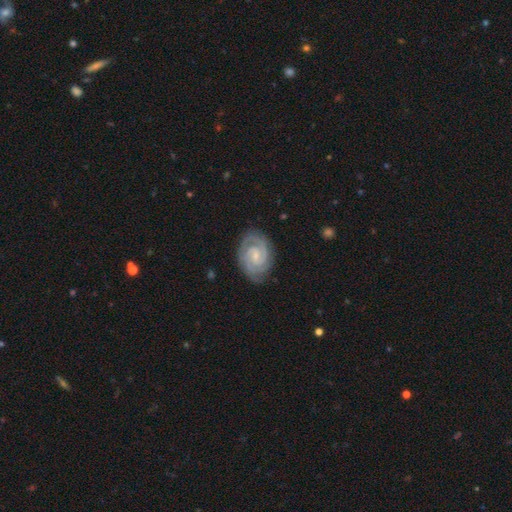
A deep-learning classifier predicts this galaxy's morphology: smooth_or_featured: featured or disk (p=0.90) [alt: smooth p=0.05]
disk_edge_on: no (p=0.98) [alt: yes p=0.02]
bar: weak (p=0.48) [alt: no p=0.39]
has_spiral_arms: yes (p=0.98) [alt: no p=0.02]
spiral_winding: tight (p=0.71) [alt: medium p=0.26]
spiral_arm_count: 2 (p=0.79) [alt: 3 p=0.10]
bulge_size: small (p=0.70) [alt: moderate p=0.18]
merging: none (p=0.83) [alt: minor disturbance p=0.12]